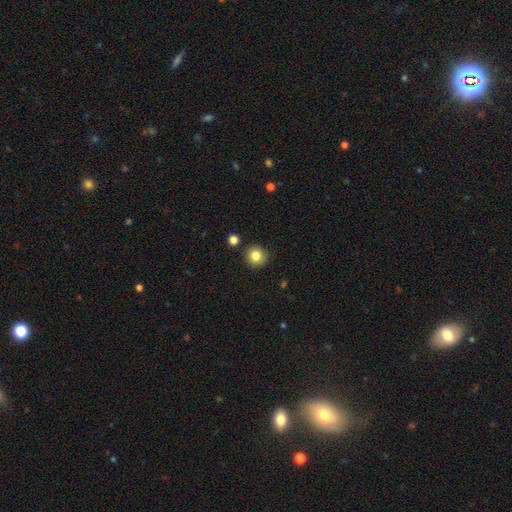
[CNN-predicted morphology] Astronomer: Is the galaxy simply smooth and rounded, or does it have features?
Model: smooth — 83%.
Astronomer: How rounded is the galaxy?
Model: round — 93%.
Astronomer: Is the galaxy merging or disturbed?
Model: none — 88%.